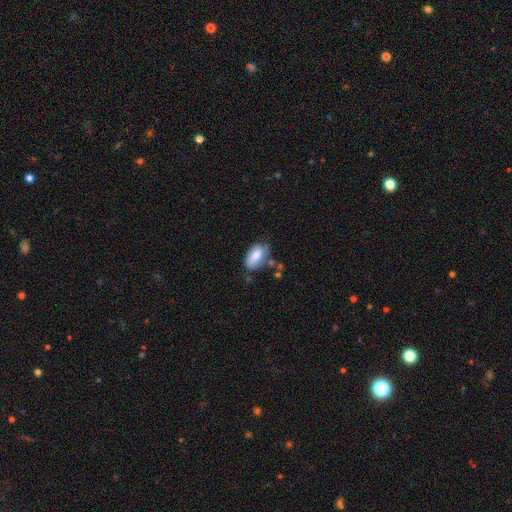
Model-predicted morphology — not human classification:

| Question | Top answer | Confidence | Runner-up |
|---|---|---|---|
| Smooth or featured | smooth | 76% | featured or disk (17%) |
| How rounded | in between | 93% | round (5%) |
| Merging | none | 54% | minor disturbance (30%) |